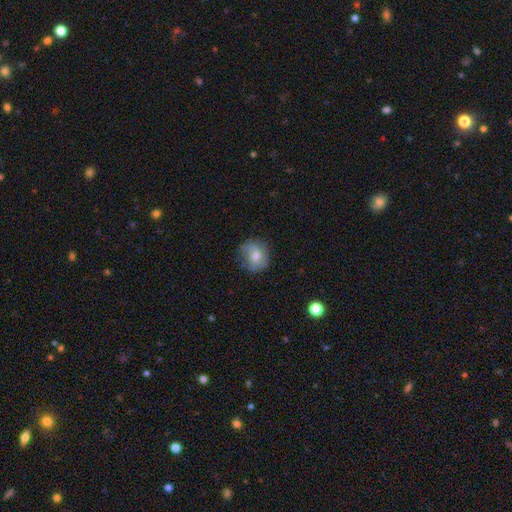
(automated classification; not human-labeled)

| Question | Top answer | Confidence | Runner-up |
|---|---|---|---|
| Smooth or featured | smooth | 57% | featured or disk (32%) |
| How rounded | round | 76% | in between (23%) |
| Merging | none | 69% | minor disturbance (22%) |